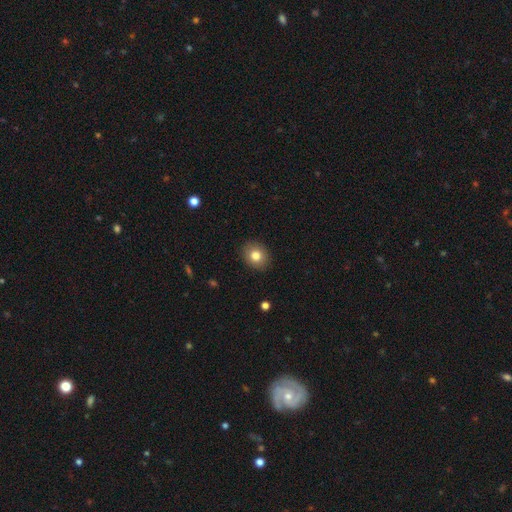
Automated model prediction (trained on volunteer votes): A smooth galaxy with no disk features (81%) that is round (61%).

Vote fractions:
- Smooth or featured? smooth: 81% / featured or disk: 10% / star or artifact: 10%
- How rounded? round: 61% / in between: 38% / cigar-shaped: 1%
- Merging? none: 90% / minor disturbance: 7% / major disturbance: 2% / merger: 1%